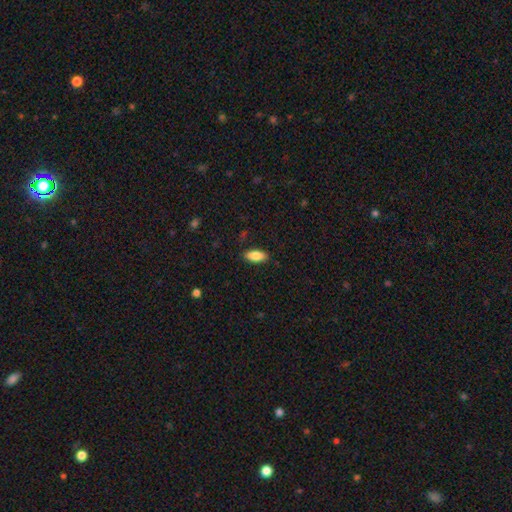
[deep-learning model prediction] smooth_or_featured: smooth (p=0.84) [alt: featured or disk p=0.09]
how_rounded: in between (p=0.86) [alt: cigar-shaped p=0.12]
merging: none (p=0.87) [alt: minor disturbance p=0.10]